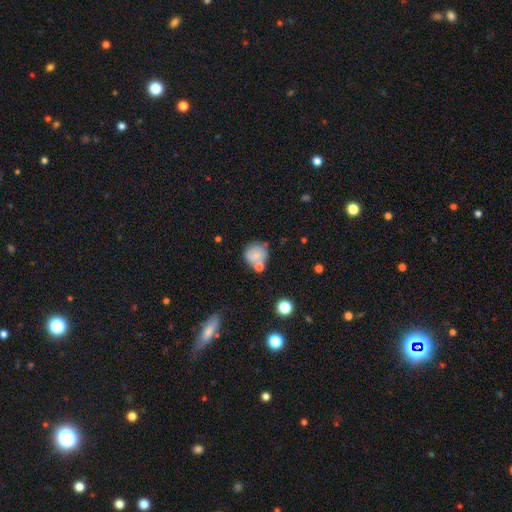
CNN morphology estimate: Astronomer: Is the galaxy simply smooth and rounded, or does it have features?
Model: smooth — 68%.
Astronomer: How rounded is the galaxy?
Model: round — 83%.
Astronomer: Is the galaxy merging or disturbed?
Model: none — 51%.